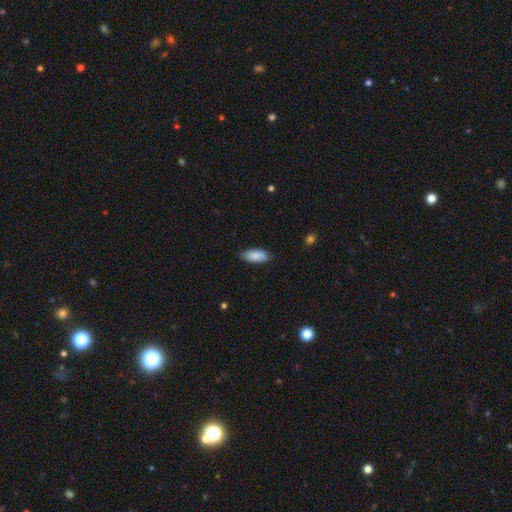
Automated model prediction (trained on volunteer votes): This appears to be a smooth galaxy with no disk features (90%) that is in between round and cigar-shaped (84%). Merging: none (87%).